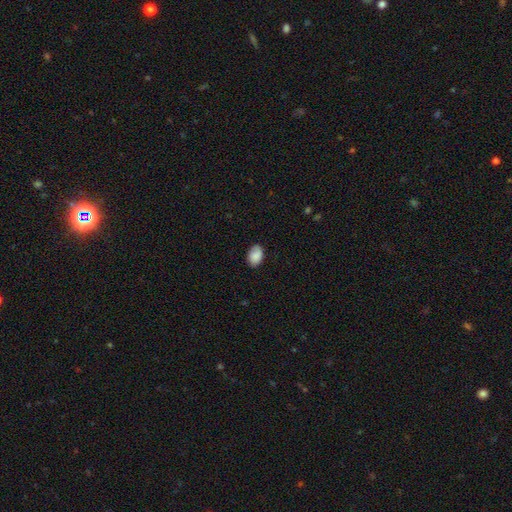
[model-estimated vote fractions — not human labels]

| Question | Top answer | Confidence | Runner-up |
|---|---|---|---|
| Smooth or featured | smooth | 87% | star or artifact (7%) |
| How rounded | in between | 86% | round (13%) |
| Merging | none | 82% | minor disturbance (14%) |